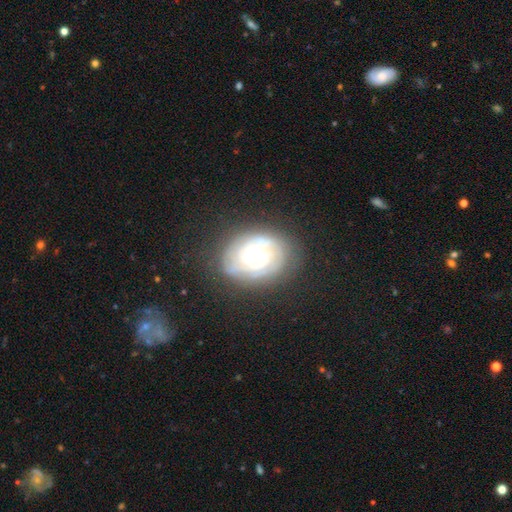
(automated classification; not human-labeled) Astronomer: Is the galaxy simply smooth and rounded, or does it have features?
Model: featured or disk — 78%.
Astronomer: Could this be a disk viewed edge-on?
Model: no — 97%.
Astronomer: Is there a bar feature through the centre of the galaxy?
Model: no — 56% (runner-up: weak, 34%).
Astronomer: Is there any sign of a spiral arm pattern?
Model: yes — 92%.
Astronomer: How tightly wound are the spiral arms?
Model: tight — 76%.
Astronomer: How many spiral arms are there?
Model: can't tell — 41% (runner-up: 2, 23%).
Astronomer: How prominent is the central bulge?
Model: moderate — 60%.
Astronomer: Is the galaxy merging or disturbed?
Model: none — 75%.